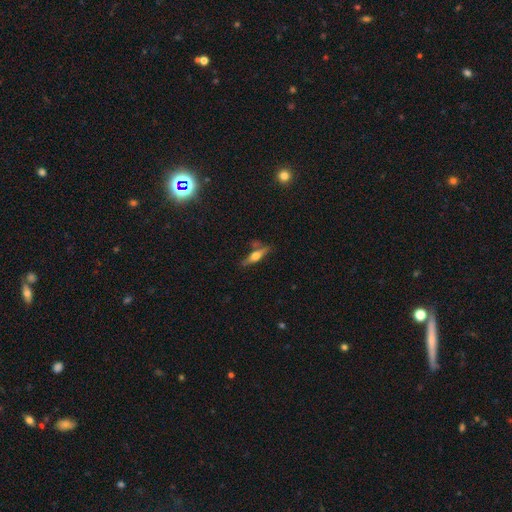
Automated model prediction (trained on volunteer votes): This is possibly a featured or disk galaxy (57%). It is clearly viewed edge-on (93%). Edge-on bulge: clearly rounded (90%). Merging: likely none (71%).